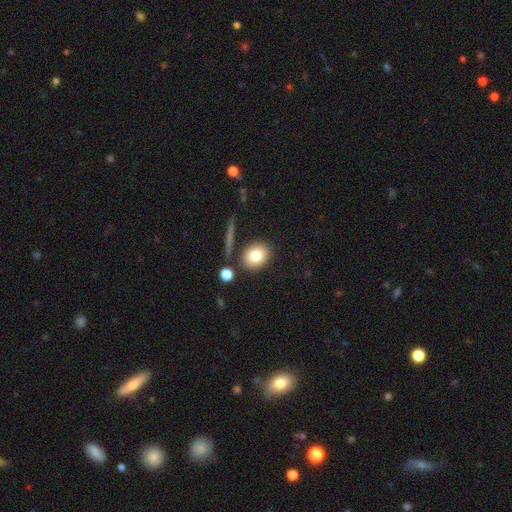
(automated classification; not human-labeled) Morphology: type=smooth (79%); roundness=round (52%); merging=none (79%).